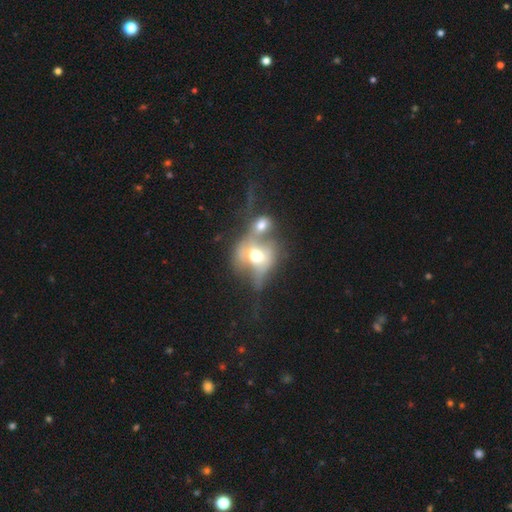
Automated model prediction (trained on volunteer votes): The model was most divided on "smooth or featured": featured or disk: 49%, smooth: 40%, star or artifact: 11%. More confident: merging — merger (60%).